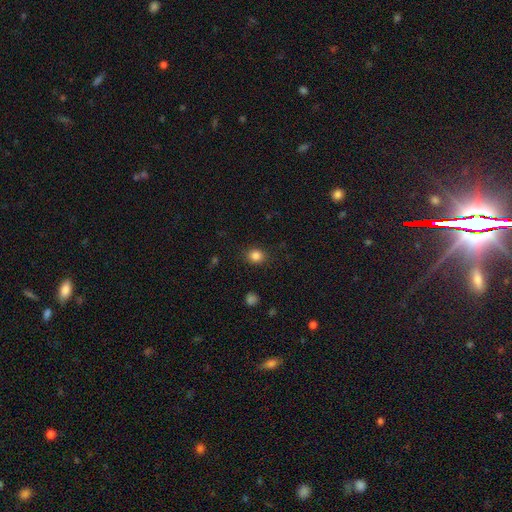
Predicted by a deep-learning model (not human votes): Smooth or featured: smooth — 84% (star or artifact — 11%)
How rounded: round — 70% (in between — 29%)
Merging: none — 87% (minor disturbance — 9%)